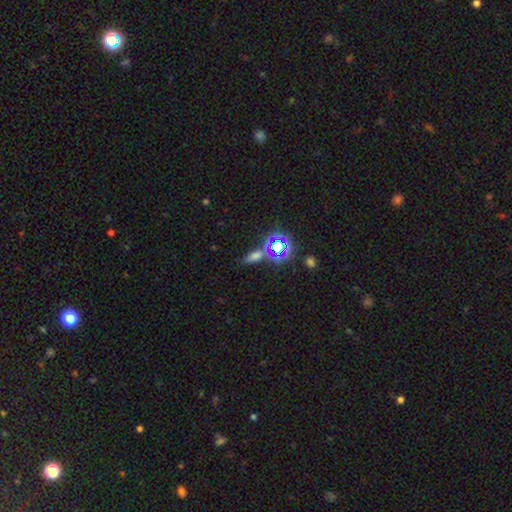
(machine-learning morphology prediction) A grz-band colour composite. It shows a smooth galaxy with no disk features (48%). Merging: none (69%).